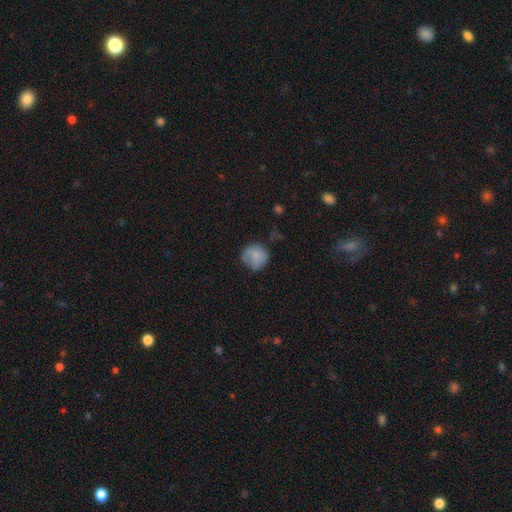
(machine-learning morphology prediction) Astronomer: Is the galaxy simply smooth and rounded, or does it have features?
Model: smooth — 81%.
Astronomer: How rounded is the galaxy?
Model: round — 86%.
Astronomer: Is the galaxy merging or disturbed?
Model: none — 61%.